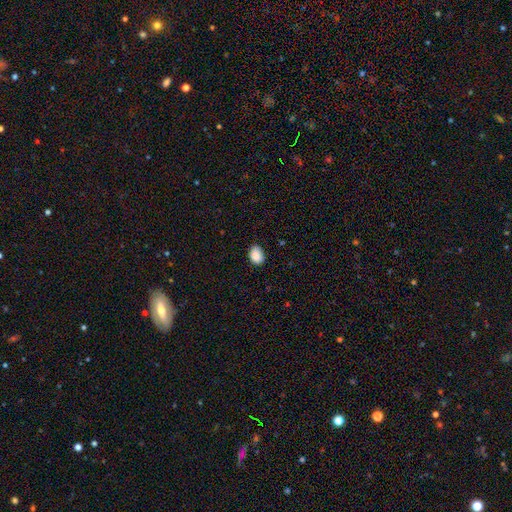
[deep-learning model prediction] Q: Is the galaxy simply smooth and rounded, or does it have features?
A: smooth — 88%.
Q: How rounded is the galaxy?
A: in between — 74%.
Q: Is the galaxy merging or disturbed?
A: none — 79%.